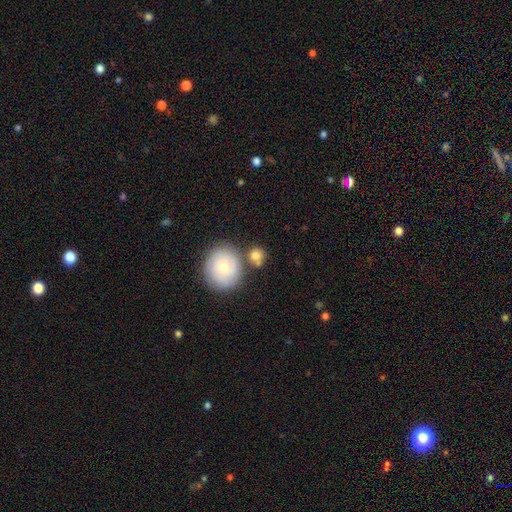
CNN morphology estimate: A smooth galaxy with no disk features (78%) that is round (82%).

Vote fractions:
- Smooth or featured? smooth: 78% / featured or disk: 13% / star or artifact: 8%
- How rounded? round: 82% / in between: 17% / cigar-shaped: 1%
- Merging? none: 62% / merger: 21% / minor disturbance: 12% / major disturbance: 4%